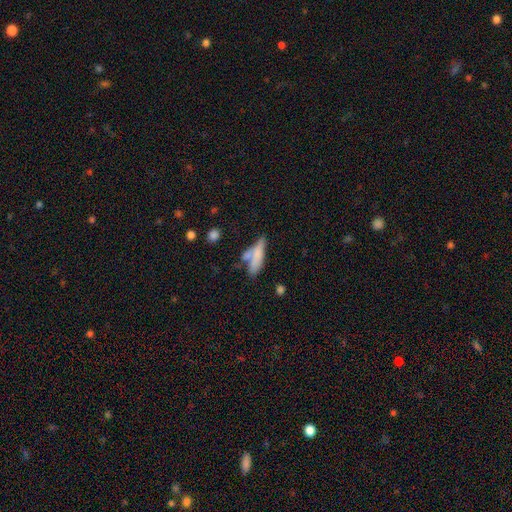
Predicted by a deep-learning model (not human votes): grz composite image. It shows a smooth galaxy with no disk features (70%) that is cigar-shaped (59%). Merging: none (40%).